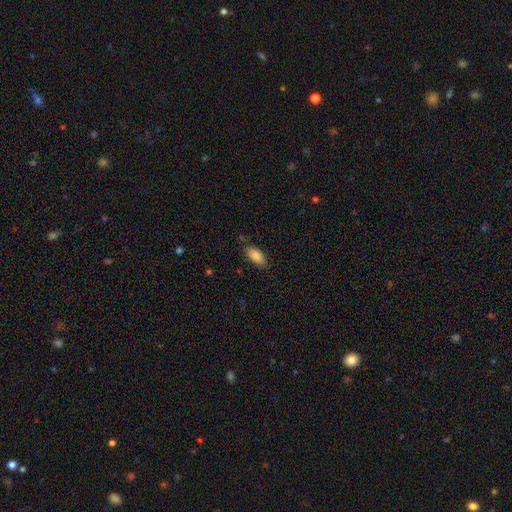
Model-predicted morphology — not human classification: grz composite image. It shows a smooth galaxy with no disk features (85%) that is in between round and cigar-shaped (90%). Merging: none (81%).